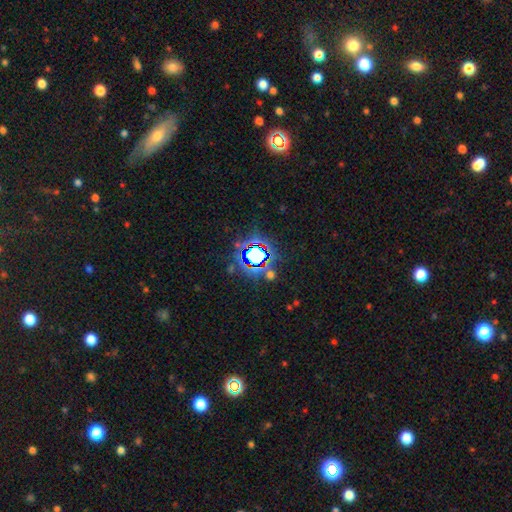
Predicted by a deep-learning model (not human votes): A star or artifact, not a galaxy (69%).